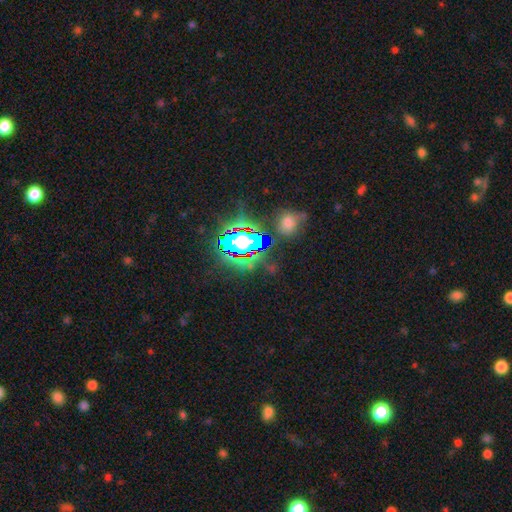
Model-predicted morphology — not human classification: type=star or artifact (78%).